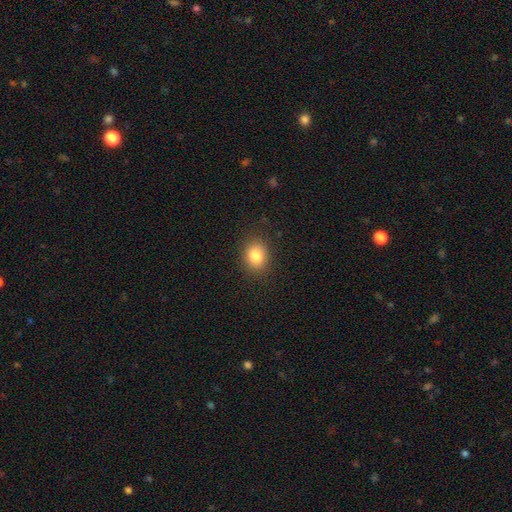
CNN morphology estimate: Q: Smooth or featured?
A: smooth (84%); runner-up: star or artifact (10%)
Q: How rounded?
A: in between (52%); runner-up: round (47%)
Q: Merging?
A: none (87%); runner-up: minor disturbance (9%)